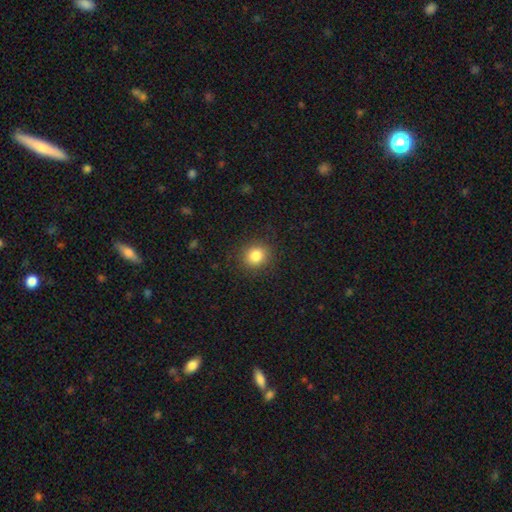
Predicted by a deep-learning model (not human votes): Q: Smooth or featured?
A: smooth (84%); runner-up: star or artifact (11%)
Q: How rounded?
A: round (80%); runner-up: in between (19%)
Q: Merging?
A: none (88%); runner-up: minor disturbance (8%)